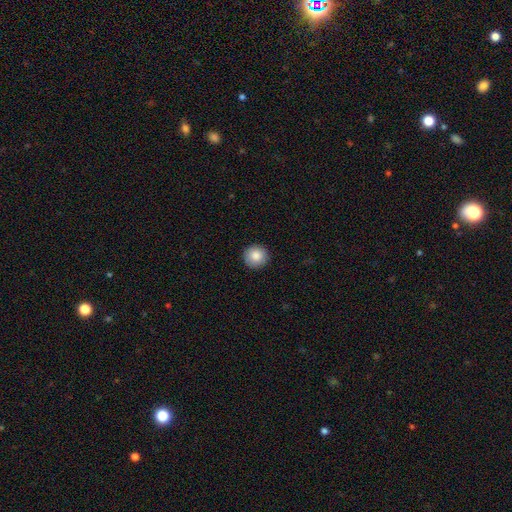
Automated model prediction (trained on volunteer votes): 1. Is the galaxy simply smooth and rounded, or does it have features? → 86% smooth, 8% star or artifact, 6% featured or disk.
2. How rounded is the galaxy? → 95% round, 4% in between, 1% cigar-shaped.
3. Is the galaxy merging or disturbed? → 92% none, 6% minor disturbance, 2% major disturbance, 1% merger.